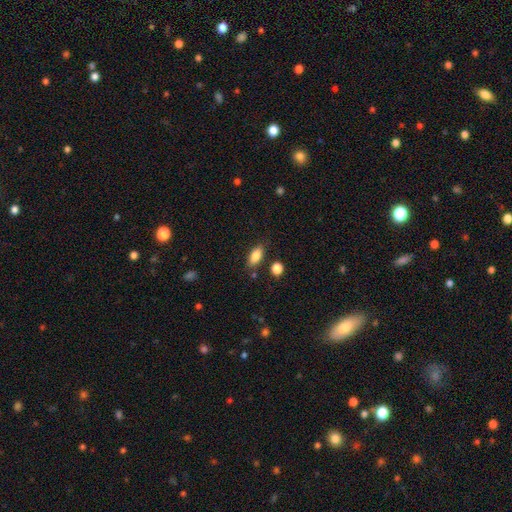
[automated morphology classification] Smooth or featured?
  - smooth: 84% *
  - featured or disk: 8%
  - star or artifact: 8%
How rounded?
  - in between: 85% *
  - cigar-shaped: 11%
  - round: 4%
Merging?
  - none: 81% *
  - minor disturbance: 12%
  - merger: 4%
  - major disturbance: 3%